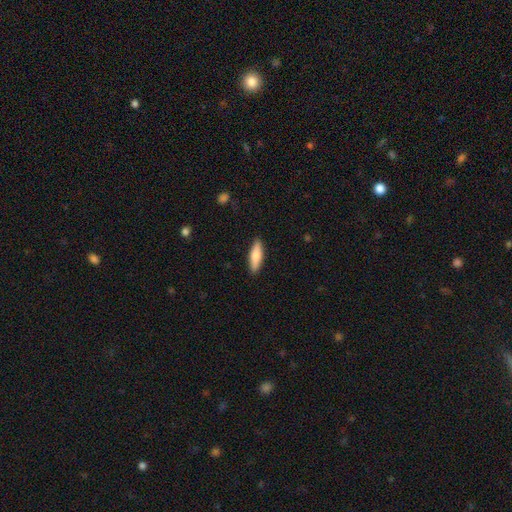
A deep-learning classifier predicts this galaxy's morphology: Smooth or featured: smooth — 71% (featured or disk — 23%)
How rounded: cigar-shaped — 60% (in between — 38%)
Merging: none — 89% (minor disturbance — 8%)